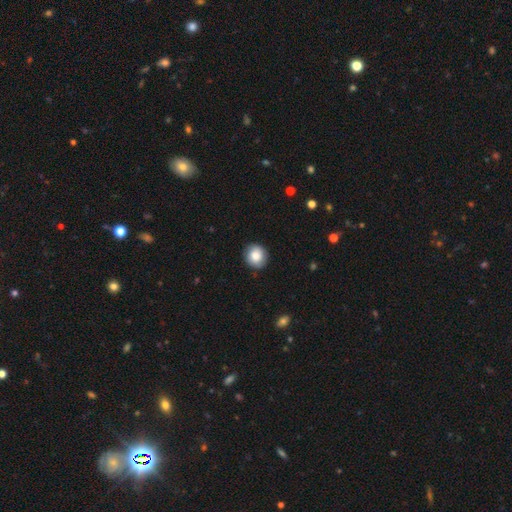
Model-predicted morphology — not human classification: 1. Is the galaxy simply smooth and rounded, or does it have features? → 81% smooth, 11% featured or disk, 8% star or artifact.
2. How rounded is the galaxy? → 87% round, 12% in between, 1% cigar-shaped.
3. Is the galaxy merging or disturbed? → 88% none, 9% minor disturbance, 2% major disturbance, 1% merger.